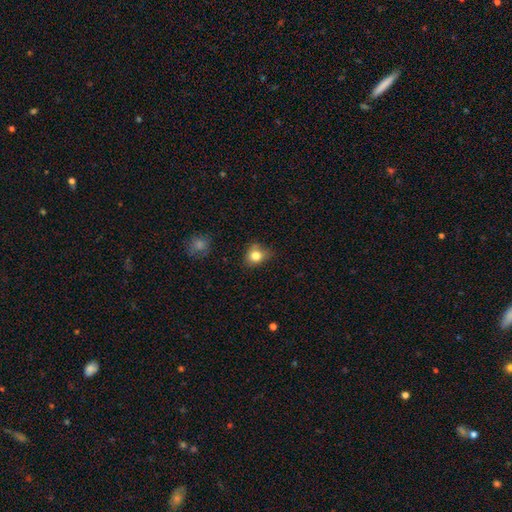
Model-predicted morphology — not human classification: This is clearly a smooth galaxy (81%). How rounded: likely round (67%). Merging: likely none (61%).